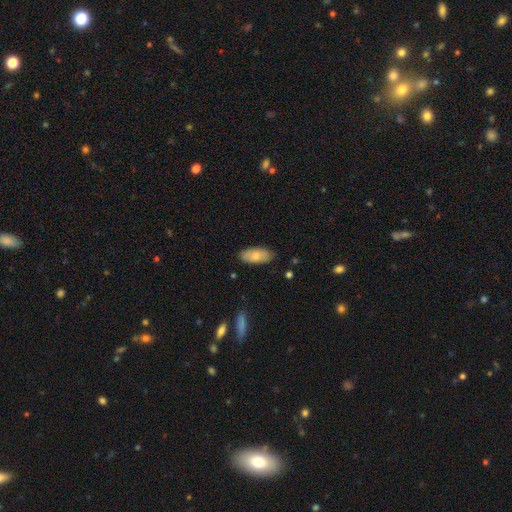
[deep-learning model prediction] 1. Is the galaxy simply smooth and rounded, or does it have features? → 78% smooth, 17% featured or disk, 6% star or artifact.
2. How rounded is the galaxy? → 89% in between, 9% cigar-shaped, 2% round.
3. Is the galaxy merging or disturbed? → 85% none, 12% minor disturbance, 2% major disturbance, 1% merger.